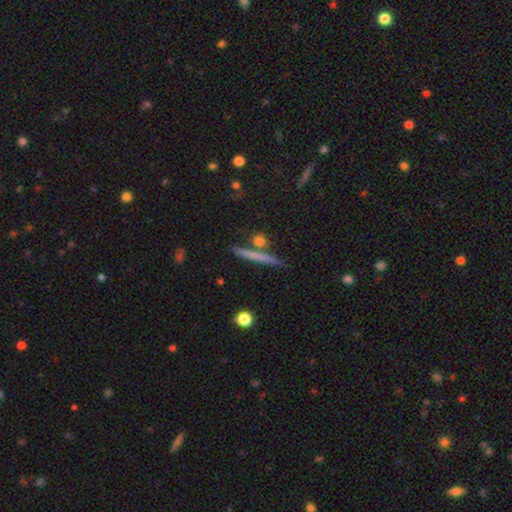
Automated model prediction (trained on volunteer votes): A smooth galaxy with no disk features (55%) that is cigar-shaped (93%). Merging: none (81%).